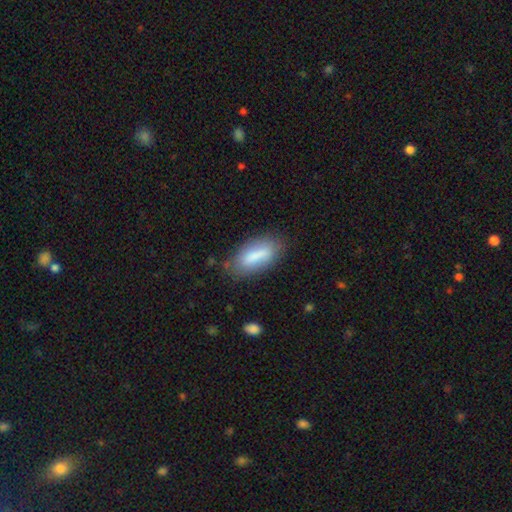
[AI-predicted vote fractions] This appears to be a smooth galaxy with no disk features (76%) that is in between round and cigar-shaped (75%). Merging: none (73%).